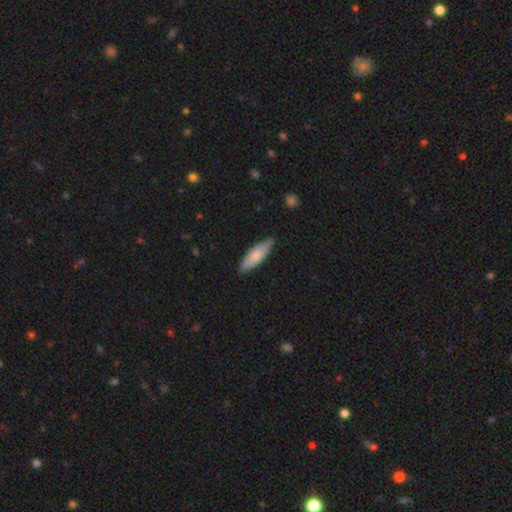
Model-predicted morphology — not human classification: Smooth or featured? smooth (76%)
How rounded? in between (51%)
Merging? none (81%)